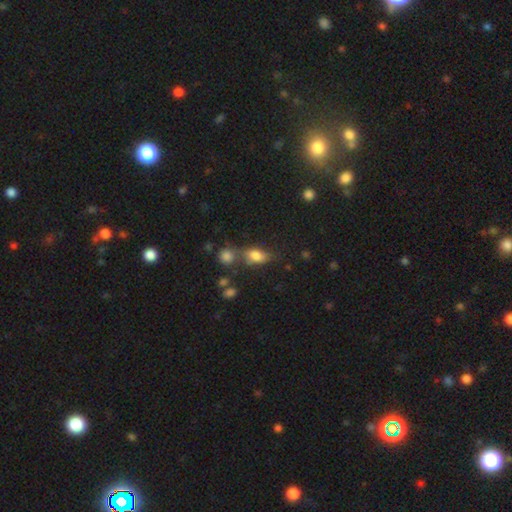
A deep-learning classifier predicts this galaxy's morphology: smooth-or-featured: smooth: 76% | featured or disk: 13% | star or artifact: 11%
  how-rounded: in between: 80% | round: 11% | cigar-shaped: 8%
  merging: none: 50% | merger: 22% | minor disturbance: 19% | major disturbance: 8%